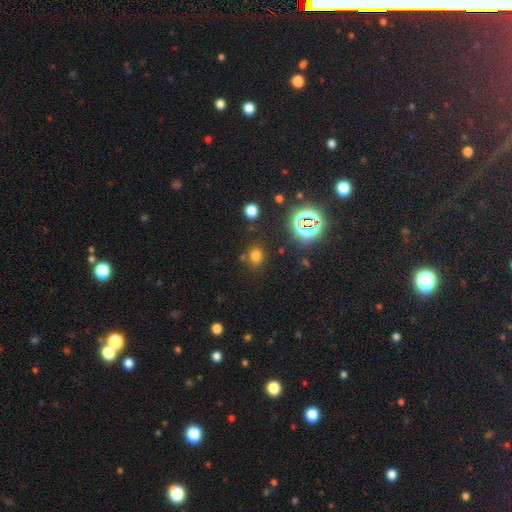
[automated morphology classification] type=smooth (68%); roundness=round (67%); merging=none (79%).